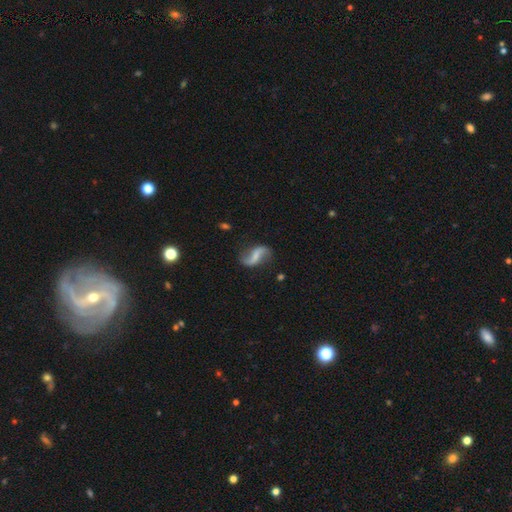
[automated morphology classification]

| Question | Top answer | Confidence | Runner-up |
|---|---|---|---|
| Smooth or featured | featured or disk | 82% | smooth (12%) |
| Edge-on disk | no | 97% | yes (3%) |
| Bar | weak | 40% | strong (32%) |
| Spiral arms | yes | 94% | no (6%) |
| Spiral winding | loose | 88% | medium (10%) |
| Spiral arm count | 2 | 92% | 1 (3%) |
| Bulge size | none | 48% | small (32%) |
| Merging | none | 75% | minor disturbance (15%) |